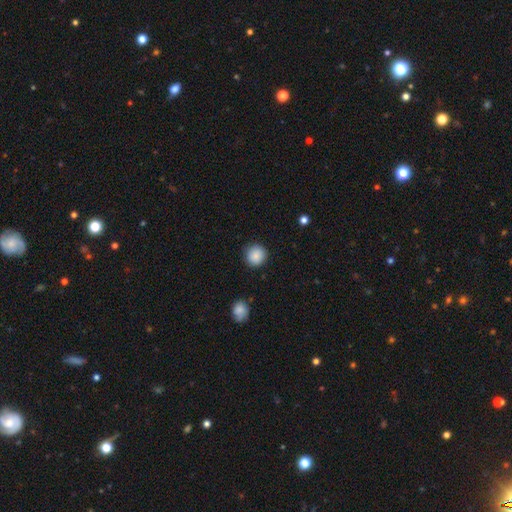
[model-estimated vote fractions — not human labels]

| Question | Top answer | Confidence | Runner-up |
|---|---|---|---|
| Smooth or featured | smooth | 88% | star or artifact (8%) |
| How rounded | round | 92% | in between (7%) |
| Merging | none | 88% | minor disturbance (8%) |